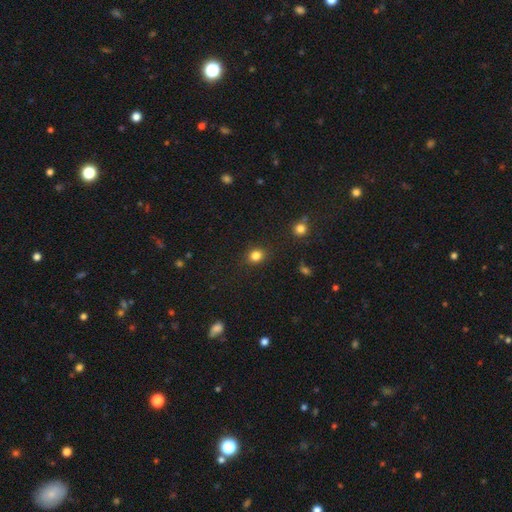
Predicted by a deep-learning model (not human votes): smooth_or_featured: smooth (p=0.83) [alt: star or artifact p=0.13]
how_rounded: round (p=0.72) [alt: in between p=0.27]
merging: none (p=0.88) [alt: minor disturbance p=0.08]